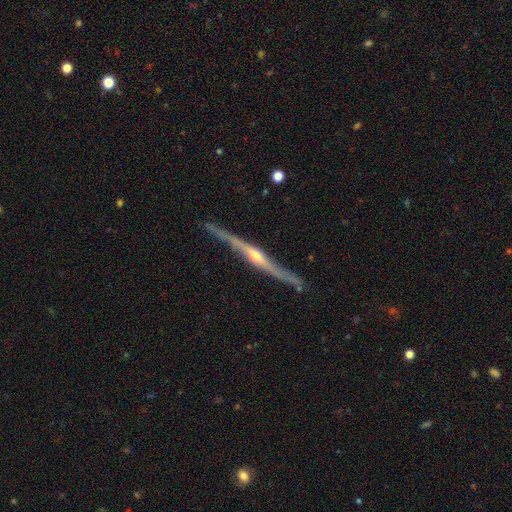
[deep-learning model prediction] A featured or disk galaxy (88%) viewed edge-on (96%) with a rounded central bulge (87%).

Vote fractions:
- Smooth or featured? featured or disk: 88% / smooth: 8% / star or artifact: 5%
- Edge-on disk? yes: 96% / no: 4%
- Edge-on bulge? rounded: 87% / none: 9% / boxy: 5%
- Merging? none: 83% / minor disturbance: 13% / major disturbance: 2% / merger: 2%